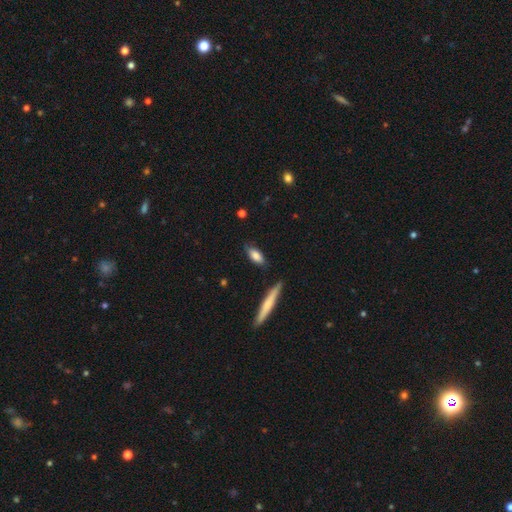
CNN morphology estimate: Smooth or featured?
  - smooth: 79% *
  - featured or disk: 15%
  - star or artifact: 6%
How rounded?
  - in between: 71% *
  - cigar-shaped: 27%
  - round: 3%
Merging?
  - none: 81% *
  - minor disturbance: 14%
  - major disturbance: 3%
  - merger: 2%